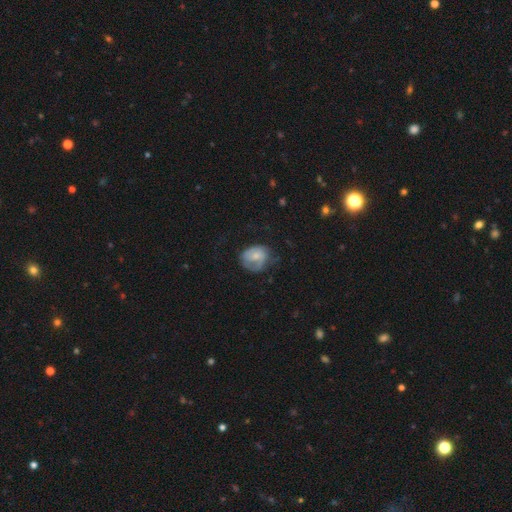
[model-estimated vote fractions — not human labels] The model was most divided on "merging": none: 44%, minor disturbance: 31%, major disturbance: 23%, merger: 2%. More confident: how rounded — round (59%); smooth or featured — smooth (56%).